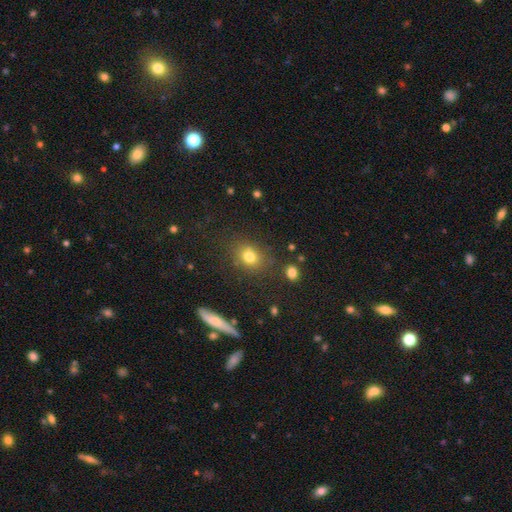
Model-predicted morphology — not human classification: This appears to be a smooth galaxy with no disk features (56%) that is round (67%). Merging: none (79%).